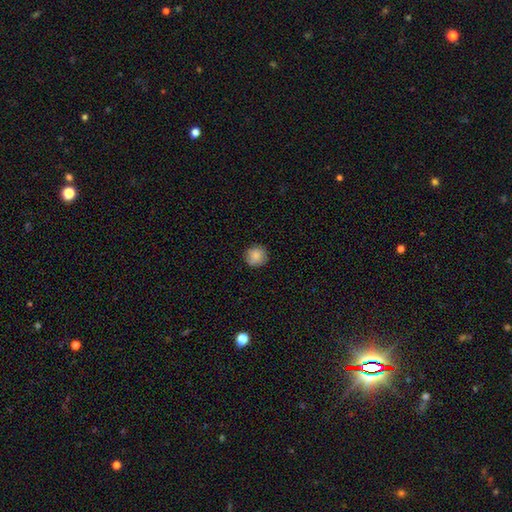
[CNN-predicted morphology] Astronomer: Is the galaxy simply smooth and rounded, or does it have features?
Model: smooth — 86%.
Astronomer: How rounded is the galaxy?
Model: round — 94%.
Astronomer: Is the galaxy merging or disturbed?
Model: none — 87%.